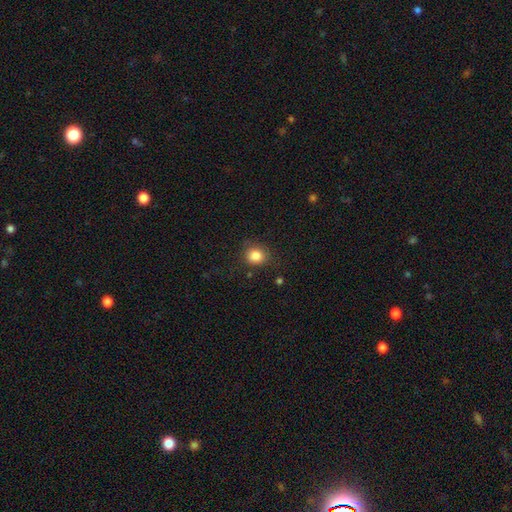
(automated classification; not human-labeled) A smooth galaxy with no disk features (84%) that is round (80%). Merging: none (81%).